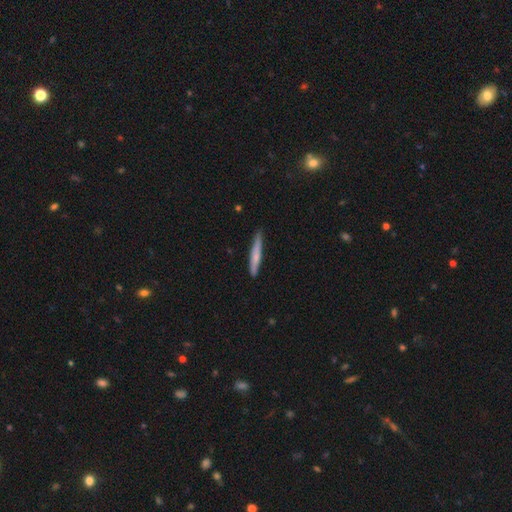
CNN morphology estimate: Smooth or featured? smooth (62%)
How rounded? cigar-shaped (95%)
Merging? none (83%)